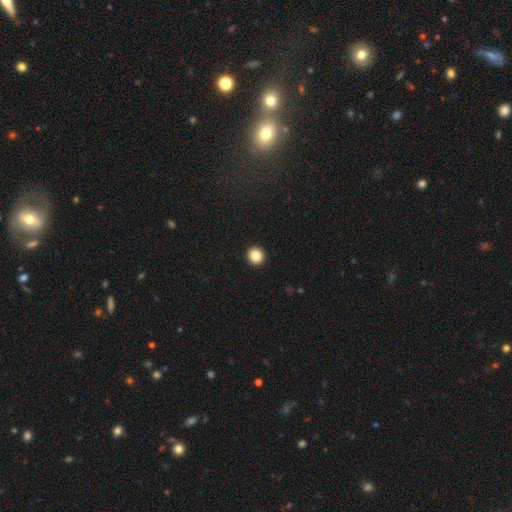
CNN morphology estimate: type=smooth (86%); roundness=round (95%); merging=none (94%).